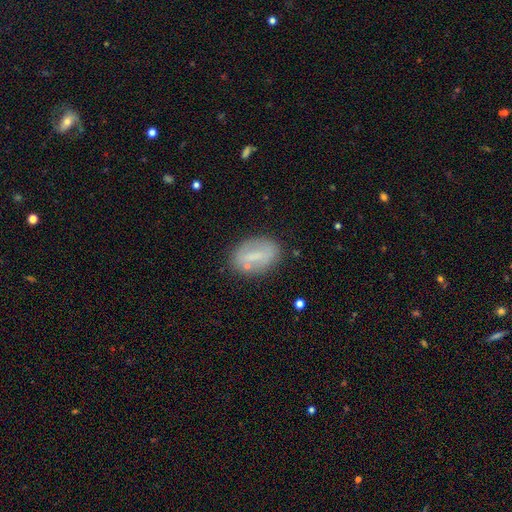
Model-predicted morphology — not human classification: Smooth or featured? Predicted: smooth (p=0.52). How rounded? Predicted: in between (p=0.84). Merging? Predicted: none (p=0.76).